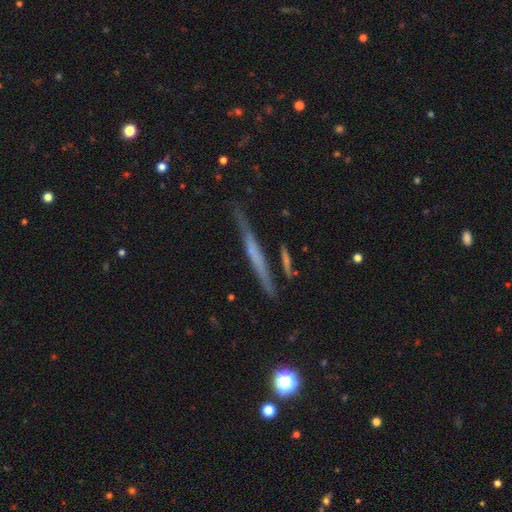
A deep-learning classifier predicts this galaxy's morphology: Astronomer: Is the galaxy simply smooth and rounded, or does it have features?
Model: featured or disk — 61%.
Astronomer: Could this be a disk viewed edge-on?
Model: yes — 96%.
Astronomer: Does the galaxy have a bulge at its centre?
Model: none — 74%.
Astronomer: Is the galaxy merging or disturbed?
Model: none — 83%.